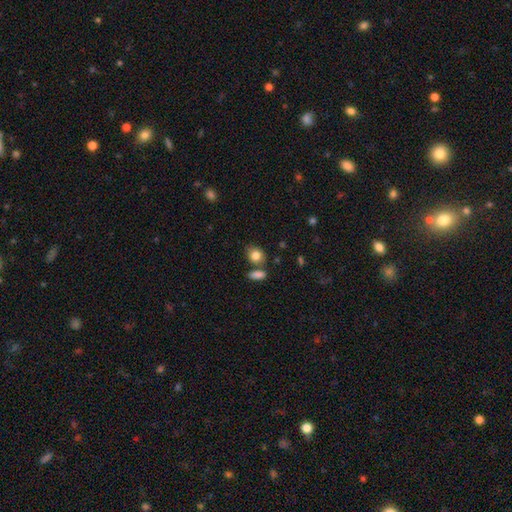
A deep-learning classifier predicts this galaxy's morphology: This is clearly a smooth galaxy (84%). How rounded: possibly round (51%). Merging: likely none (67%).